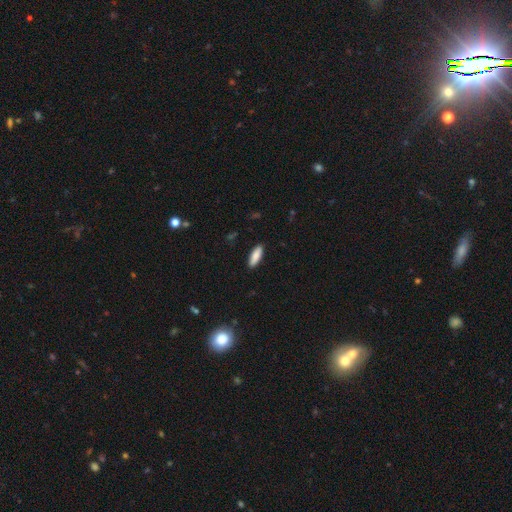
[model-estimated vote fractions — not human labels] Morphology: type=smooth (87%); roundness=in between (57%); merging=none (89%).